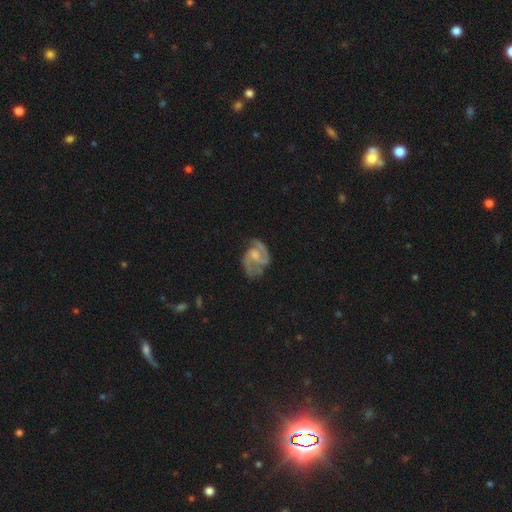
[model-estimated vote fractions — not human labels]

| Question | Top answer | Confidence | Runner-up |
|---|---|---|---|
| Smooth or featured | featured or disk | 83% | smooth (11%) |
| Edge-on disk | no | 98% | yes (2%) |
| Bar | weak | 46% | no (44%) |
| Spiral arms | yes | 94% | no (6%) |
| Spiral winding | medium | 54% | loose (24%) |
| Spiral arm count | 2 | 78% | 3 (8%) |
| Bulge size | small | 41% | moderate (37%) |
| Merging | none | 55% | minor disturbance (24%) |